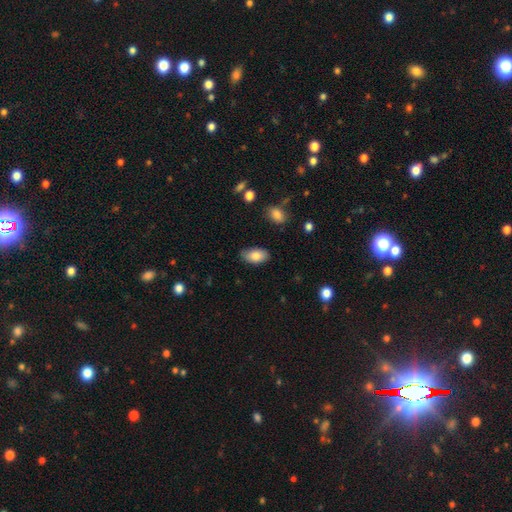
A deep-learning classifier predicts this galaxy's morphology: type=smooth (83%); roundness=in between (94%); merging=none (79%).